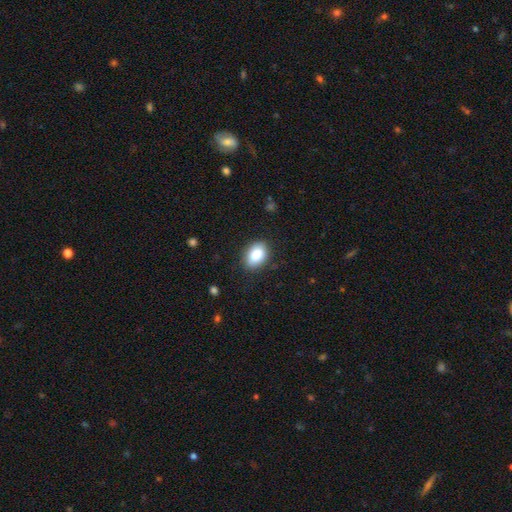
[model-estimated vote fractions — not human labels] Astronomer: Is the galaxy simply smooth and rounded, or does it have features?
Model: smooth — 85%.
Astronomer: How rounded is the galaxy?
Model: in between — 81%.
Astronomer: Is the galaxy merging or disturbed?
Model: none — 86%.